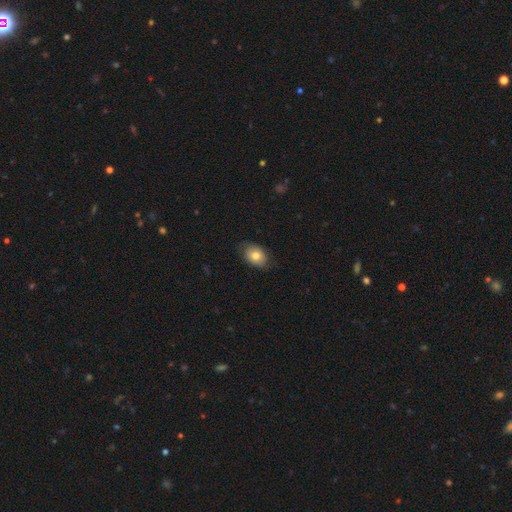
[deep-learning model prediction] smooth_or_featured: smooth (p=0.73) [alt: featured or disk p=0.20]
how_rounded: in between (p=0.79) [alt: round p=0.20]
merging: none (p=0.74) [alt: minor disturbance p=0.21]